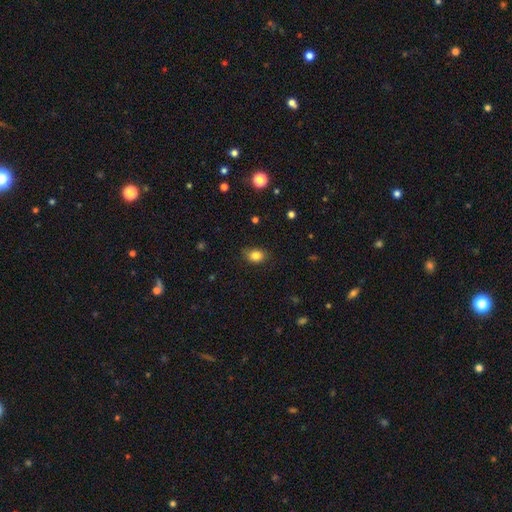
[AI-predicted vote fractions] This is clearly a smooth galaxy (84%). How rounded: likely in between (63%). Merging: clearly none (81%).